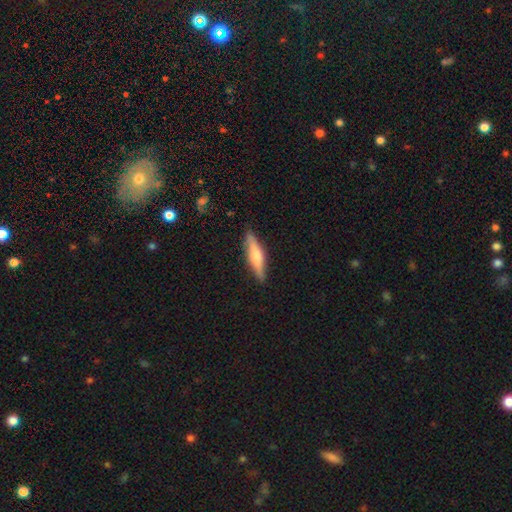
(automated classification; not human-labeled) A smooth galaxy with no disk features (50%) that is cigar-shaped (79%). Merging: none (87%).